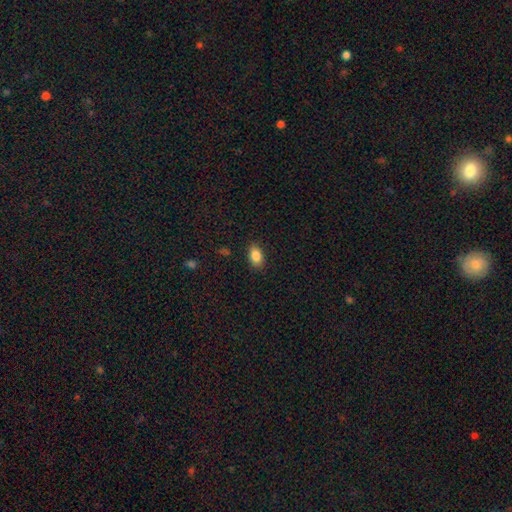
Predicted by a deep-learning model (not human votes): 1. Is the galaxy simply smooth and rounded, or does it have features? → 86% smooth, 8% star or artifact, 6% featured or disk.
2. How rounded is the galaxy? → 88% in between, 10% round, 2% cigar-shaped.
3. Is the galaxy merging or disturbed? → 86% none, 10% minor disturbance, 2% major disturbance, 1% merger.